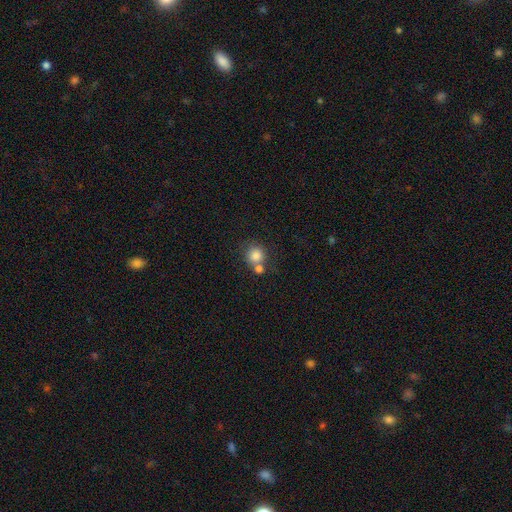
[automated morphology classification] Overall: smooth (82%). How rounded: round (89%). Merging: none (52%; merger 35%).